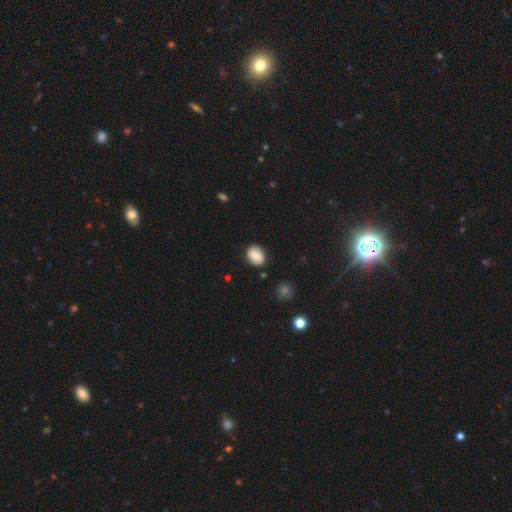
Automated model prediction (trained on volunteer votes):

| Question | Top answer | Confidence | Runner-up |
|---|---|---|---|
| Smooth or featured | smooth | 81% | featured or disk (11%) |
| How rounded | in between | 60% | round (39%) |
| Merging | none | 85% | minor disturbance (11%) |